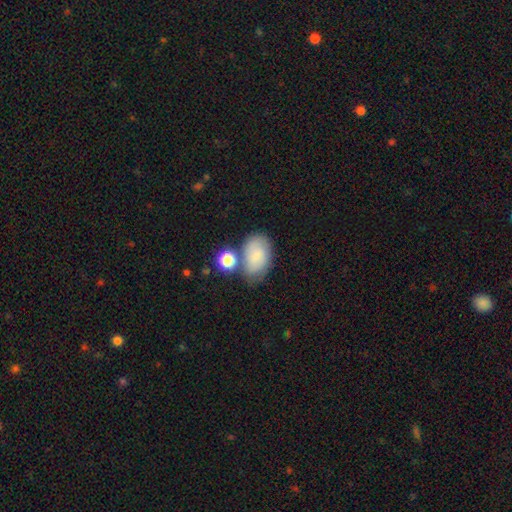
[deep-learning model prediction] Morphology: type=smooth (74%); roundness=in between (87%); merging=none (54%).